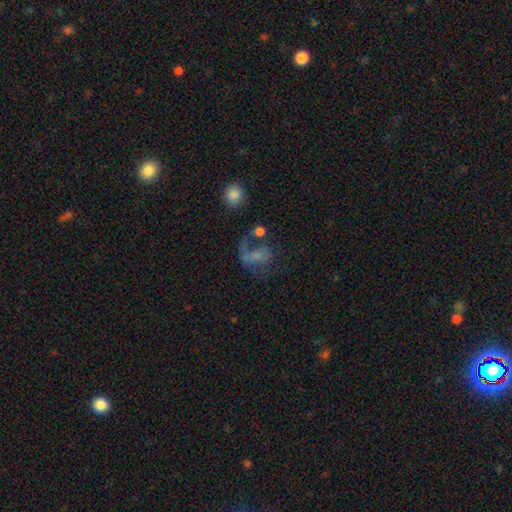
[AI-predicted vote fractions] Smooth or featured: featured or disk — 45% (smooth — 38%)
Merging: major disturbance — 46% (none — 27%)